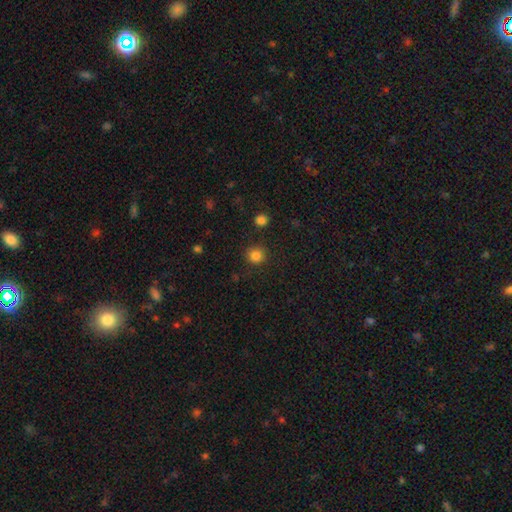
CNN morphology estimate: The model was most divided on "smooth or featured": smooth: 84%, star or artifact: 12%, featured or disk: 3%. More confident: how rounded — round (91%); merging — none (87%).